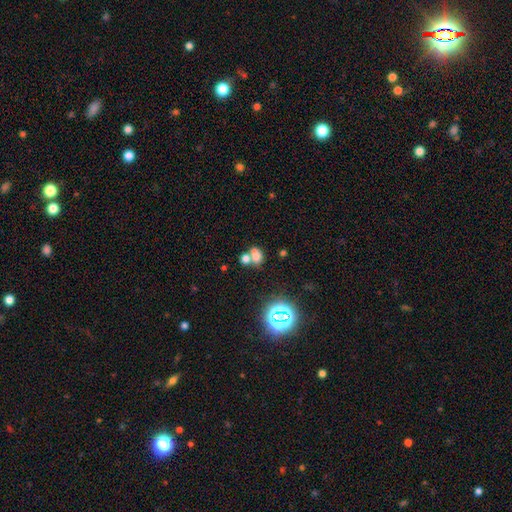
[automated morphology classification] Smooth or featured? smooth (67%)
How rounded? in between (67%)
Merging? merger (52%)